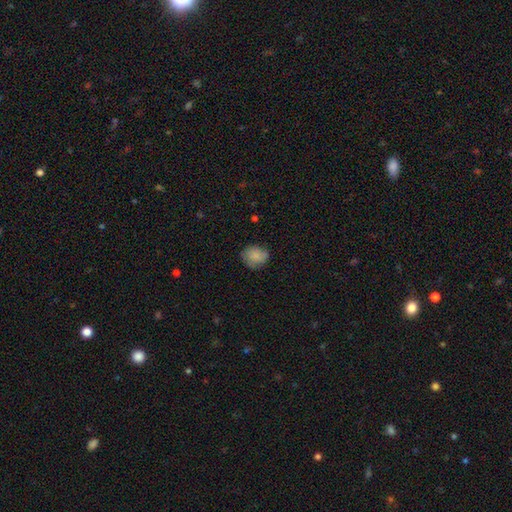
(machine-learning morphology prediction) This is likely a smooth galaxy (79%). How rounded: likely round (64%). Merging: likely none (69%).